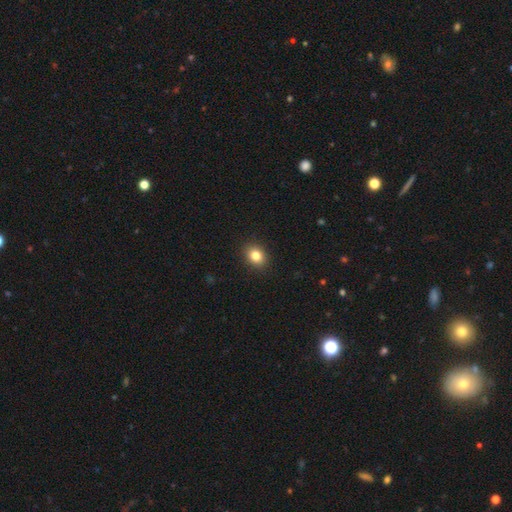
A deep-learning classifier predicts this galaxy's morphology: Smooth or featured? smooth (83%)
How rounded? round (50%)
Merging? none (90%)